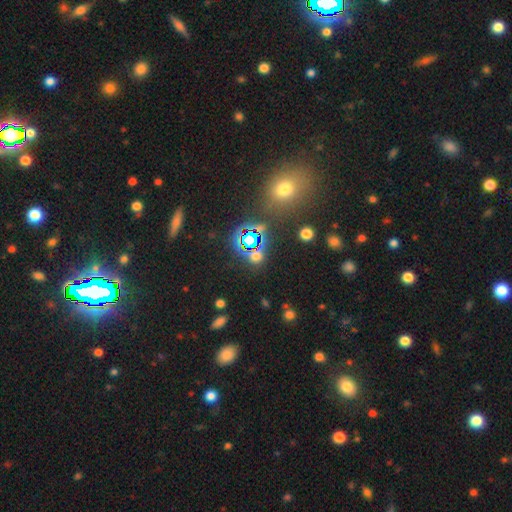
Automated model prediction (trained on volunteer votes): This appears to be a star or artifact, not a galaxy (58%).